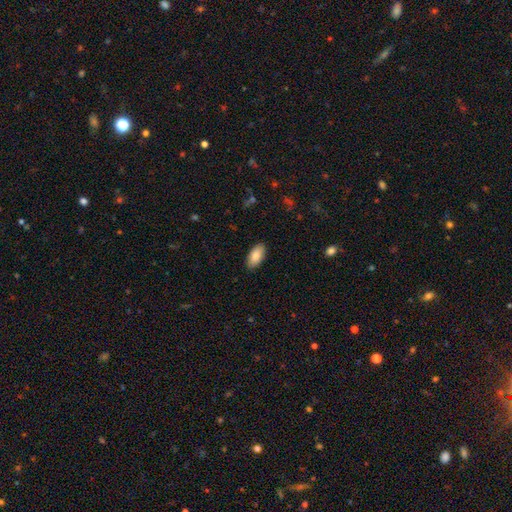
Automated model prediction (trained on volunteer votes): smooth_or_featured: smooth (p=0.86) [alt: featured or disk p=0.08]
how_rounded: in between (p=0.94) [alt: cigar-shaped p=0.04]
merging: none (p=0.89) [alt: minor disturbance p=0.08]